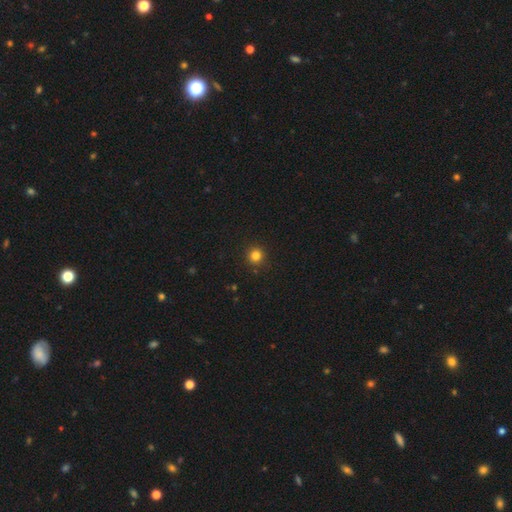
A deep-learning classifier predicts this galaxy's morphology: This is clearly a smooth galaxy (82%). How rounded: clearly round (94%). Merging: clearly none (92%).